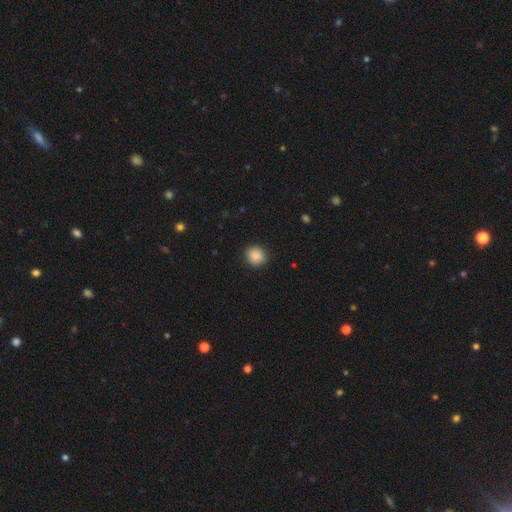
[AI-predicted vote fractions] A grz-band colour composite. It shows a smooth galaxy with no disk features (88%) that is round (86%). Merging: none (90%).